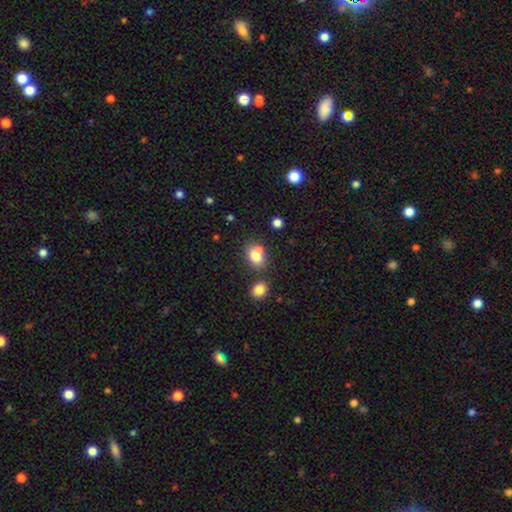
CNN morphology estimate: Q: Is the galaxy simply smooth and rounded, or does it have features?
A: smooth — 78%.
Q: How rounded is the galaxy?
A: in between — 62%.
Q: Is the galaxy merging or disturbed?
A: none — 50%.